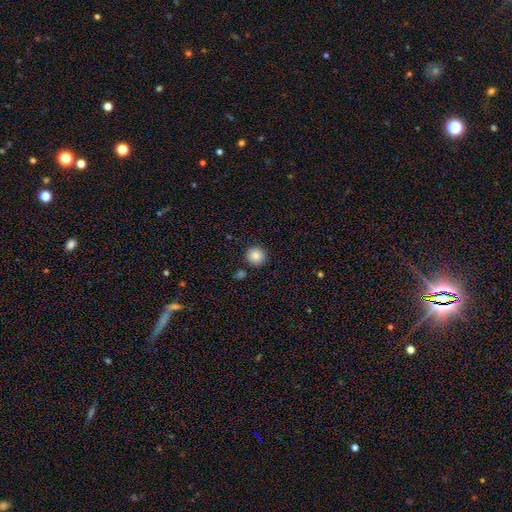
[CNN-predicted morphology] Smooth or featured? Predicted: smooth (p=0.85). How rounded? Predicted: round (p=0.95). Merging? Predicted: none (p=0.90).